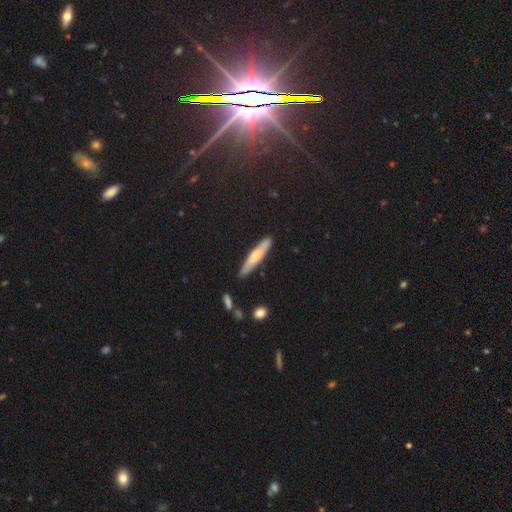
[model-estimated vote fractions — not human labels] Smooth or featured? Predicted: smooth (p=0.57). How rounded? Predicted: cigar-shaped (p=0.89). Merging? Predicted: none (p=0.83).